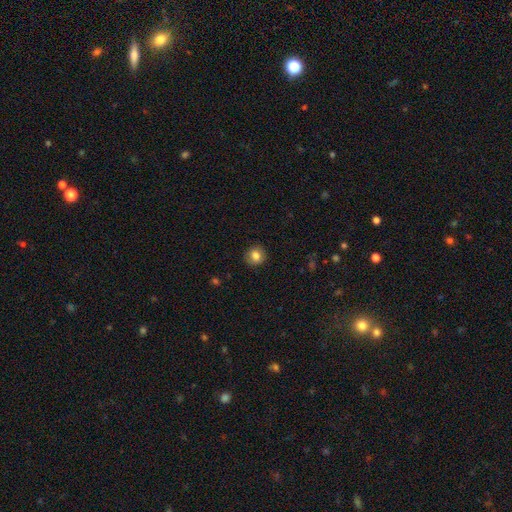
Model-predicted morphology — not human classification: type=smooth (81%); roundness=round (88%); merging=none (90%).